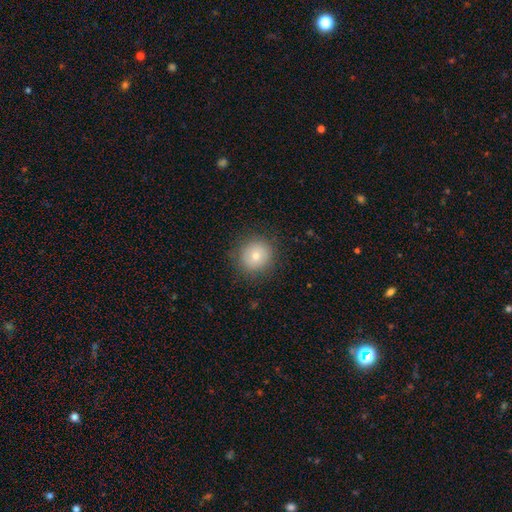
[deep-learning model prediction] This appears to be a smooth galaxy with no disk features (75%) that is round (92%). Merging: none (85%).